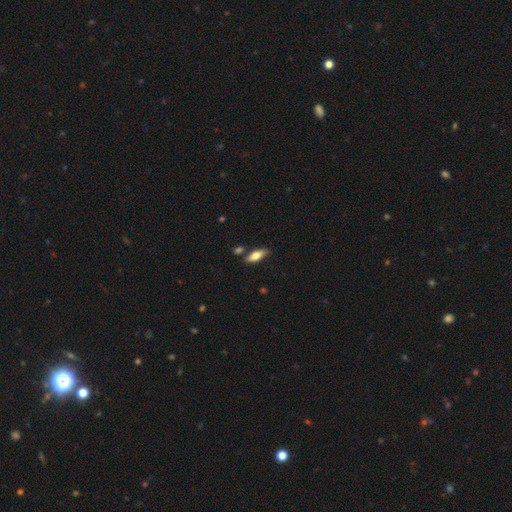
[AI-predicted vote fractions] Smooth or featured? smooth (68%)
How rounded? in between (68%)
Merging? none (76%)